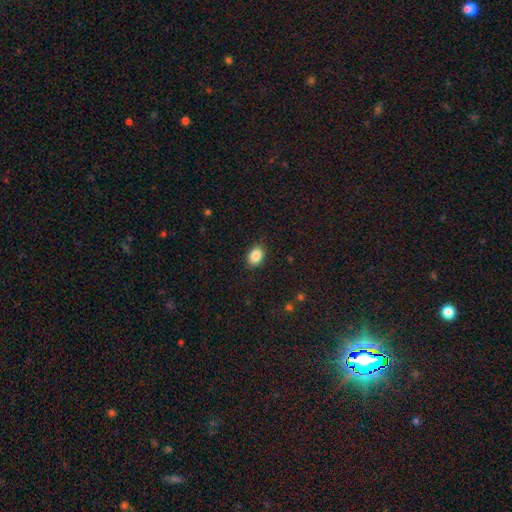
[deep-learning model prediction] This appears to be a smooth galaxy with no disk features (88%) that is in between round and cigar-shaped (80%). Merging: none (88%).